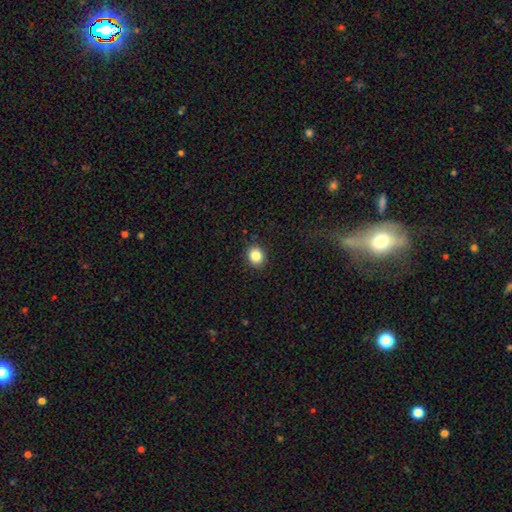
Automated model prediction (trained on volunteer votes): Morphology: type=smooth (84%); roundness=round (68%); merging=none (89%).